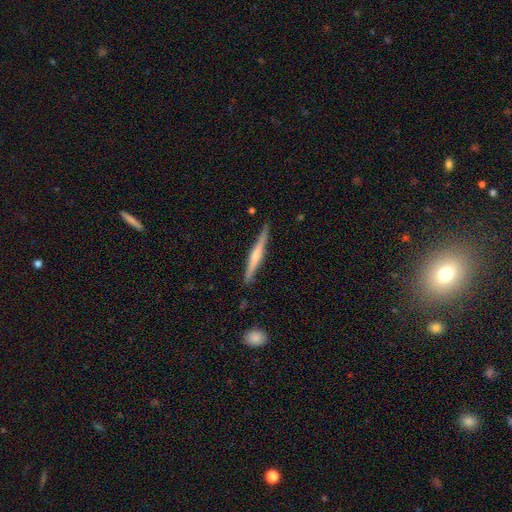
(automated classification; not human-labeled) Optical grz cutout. It shows a featured or disk galaxy (58%) viewed edge-on (97%) with a rounded central bulge (62%). Merging: none (87%).